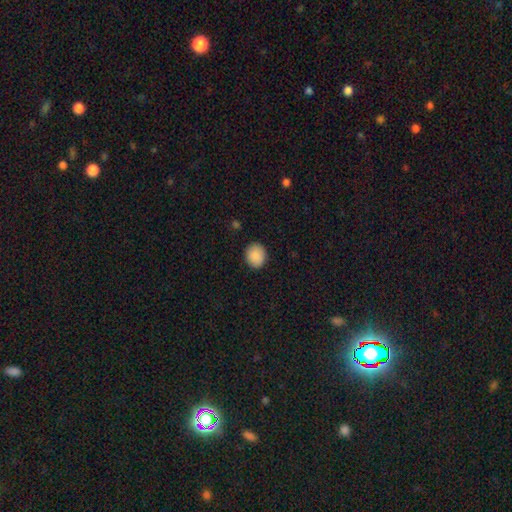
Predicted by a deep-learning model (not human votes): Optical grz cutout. It shows a smooth galaxy with no disk features (89%) that is round (71%). Merging: none (89%).